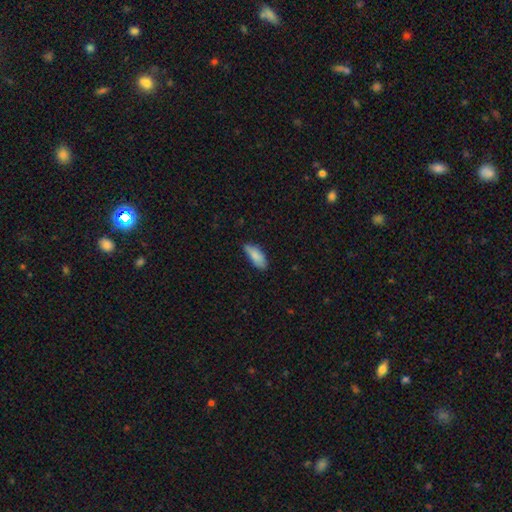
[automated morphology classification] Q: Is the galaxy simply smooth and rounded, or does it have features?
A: smooth — 84%.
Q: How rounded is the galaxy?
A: in between — 75%.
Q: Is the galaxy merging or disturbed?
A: none — 58%.